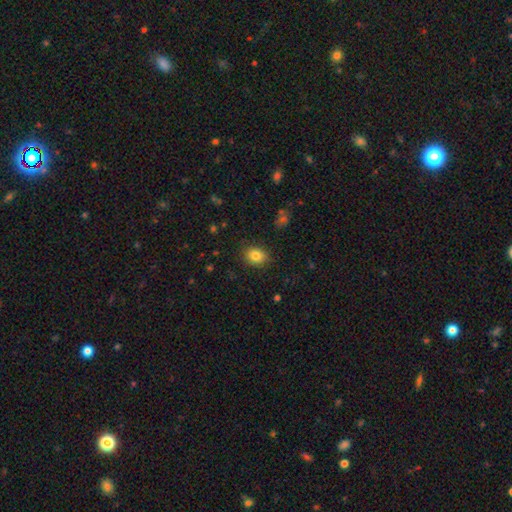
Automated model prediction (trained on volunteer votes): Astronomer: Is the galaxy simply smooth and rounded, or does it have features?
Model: smooth — 82%.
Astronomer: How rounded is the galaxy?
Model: round — 51% (runner-up: in between, 48%).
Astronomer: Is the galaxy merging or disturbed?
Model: none — 87%.